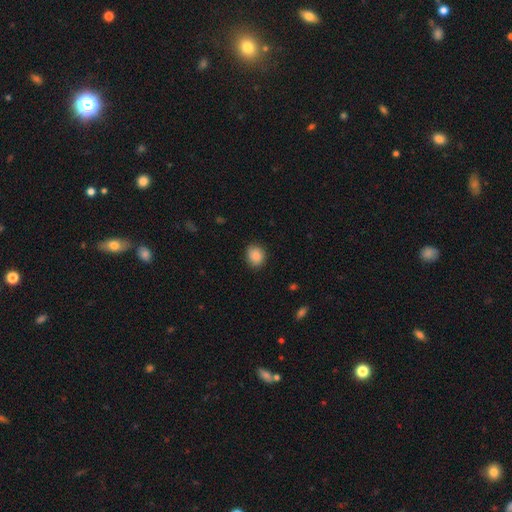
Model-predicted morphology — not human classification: The model was most divided on "how rounded": round: 68%, in between: 31%, cigar-shaped: 1%. More confident: smooth or featured — smooth (86%); merging — none (81%).